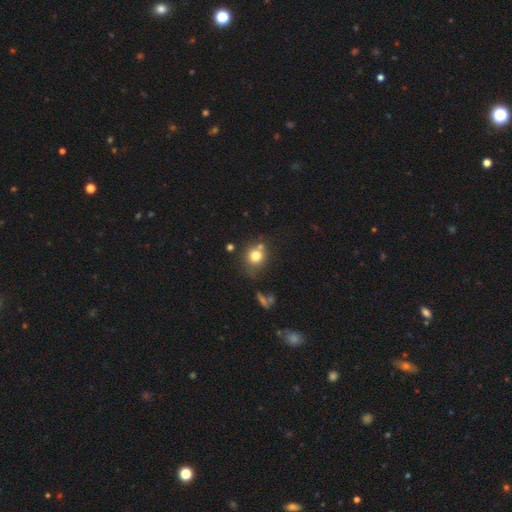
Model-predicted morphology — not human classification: smooth_or_featured: smooth (p=0.77) [alt: star or artifact p=0.12]
how_rounded: round (p=0.82) [alt: in between p=0.17]
merging: none (p=0.63) [alt: minor disturbance p=0.16]